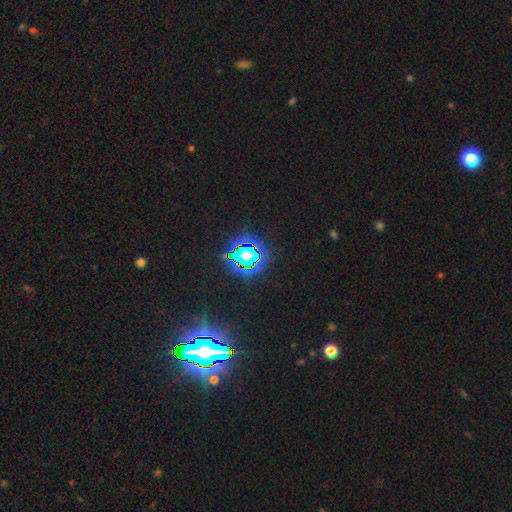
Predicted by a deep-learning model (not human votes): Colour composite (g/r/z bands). It shows a star or artifact, not a galaxy (82%).